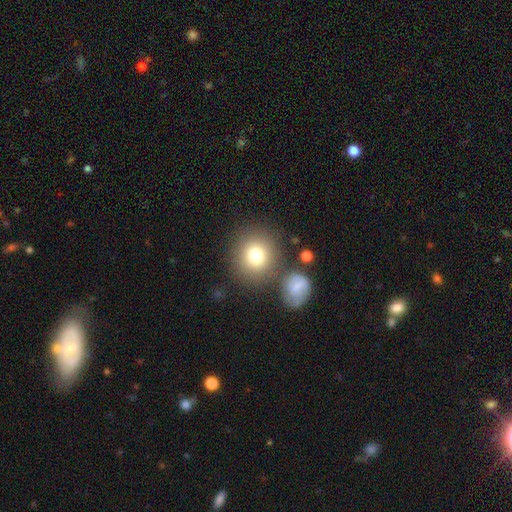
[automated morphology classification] Smooth or featured? smooth (78%)
How rounded? round (88%)
Merging? none (75%)